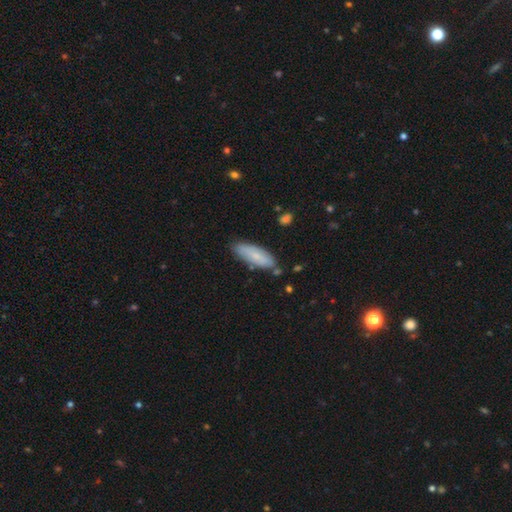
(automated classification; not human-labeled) smooth 74%, featured or disk 19%, star or artifact 7%. Down the decision tree: how rounded — in between (62%); merging — none (74%).